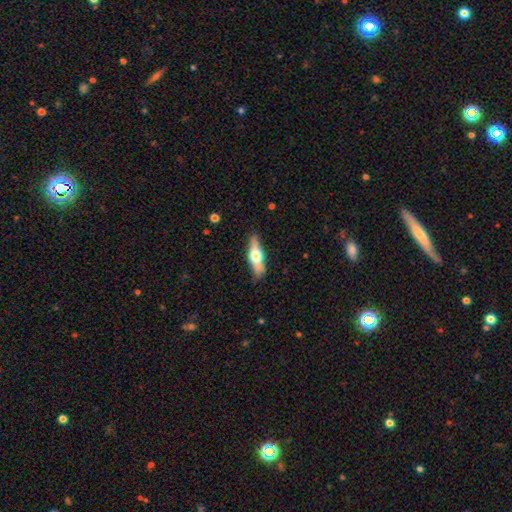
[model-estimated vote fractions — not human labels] Overall: featured or disk (53%; smooth 41%). Edge-on disk: yes (91%). Merging: none (84%).